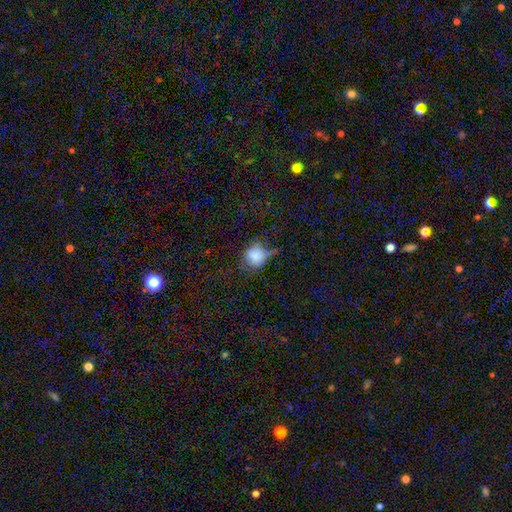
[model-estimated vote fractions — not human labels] Smooth or featured? smooth (70%)
How rounded? round (71%)
Merging? none (41%)